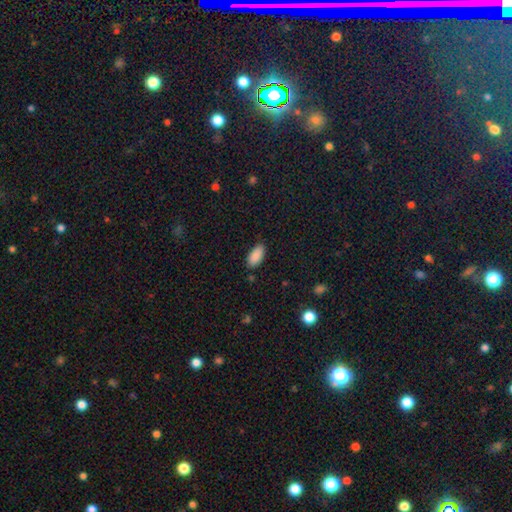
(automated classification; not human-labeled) Smooth or featured: smooth — 89% (star or artifact — 7%)
How rounded: in between — 92% (cigar-shaped — 6%)
Merging: none — 84% (minor disturbance — 12%)